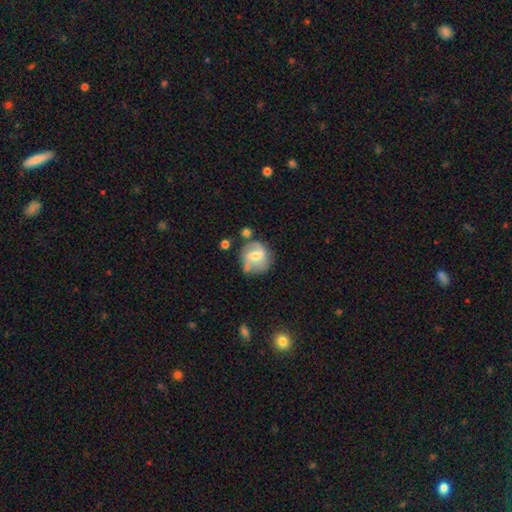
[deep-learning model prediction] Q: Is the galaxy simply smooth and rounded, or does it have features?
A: featured or disk — 60%.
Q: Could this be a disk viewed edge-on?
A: no — 97%.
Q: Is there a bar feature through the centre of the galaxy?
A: weak — 51%.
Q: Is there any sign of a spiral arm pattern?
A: yes — 81%.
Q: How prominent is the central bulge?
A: moderate — 53%.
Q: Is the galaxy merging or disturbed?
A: none — 56%.